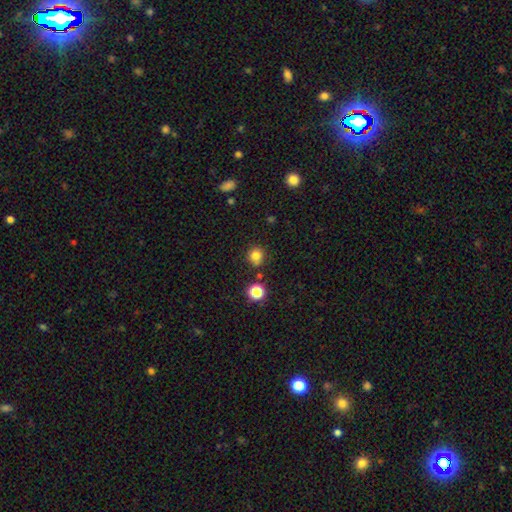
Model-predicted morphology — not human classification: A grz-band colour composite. It shows a smooth galaxy with no disk features (79%) that is round (89%). Merging: none (83%).